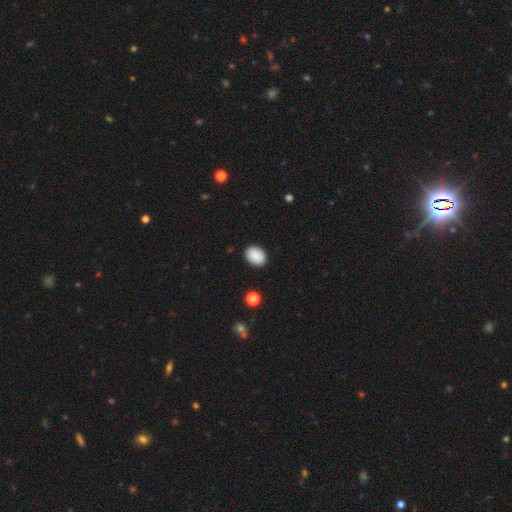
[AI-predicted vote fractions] A smooth galaxy with no disk features (89%) that is in between round and cigar-shaped (74%).

Vote fractions:
- Smooth or featured? smooth: 89% / star or artifact: 7% / featured or disk: 3%
- How rounded? in between: 74% / round: 25% / cigar-shaped: 1%
- Merging? none: 88% / minor disturbance: 9% / major disturbance: 2% / merger: 1%